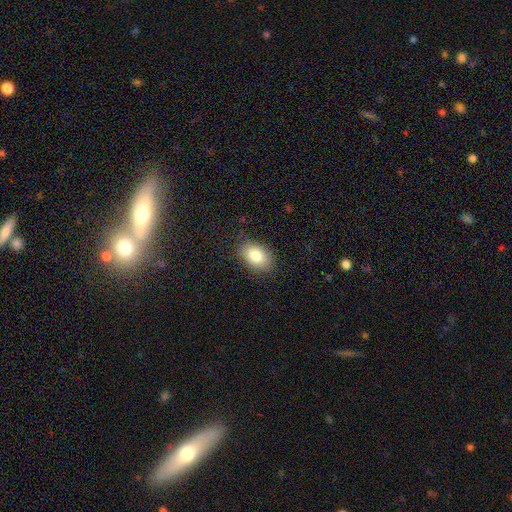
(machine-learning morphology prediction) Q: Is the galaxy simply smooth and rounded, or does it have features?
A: smooth — 83%.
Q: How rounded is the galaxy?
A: in between — 86%.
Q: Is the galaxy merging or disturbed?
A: none — 84%.